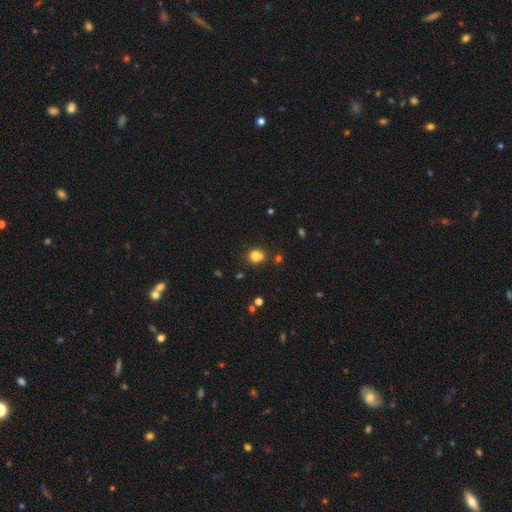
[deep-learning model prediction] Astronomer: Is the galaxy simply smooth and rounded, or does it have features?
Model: smooth — 78%.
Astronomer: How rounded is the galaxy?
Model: round — 73%.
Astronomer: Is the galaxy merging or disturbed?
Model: none — 54%.